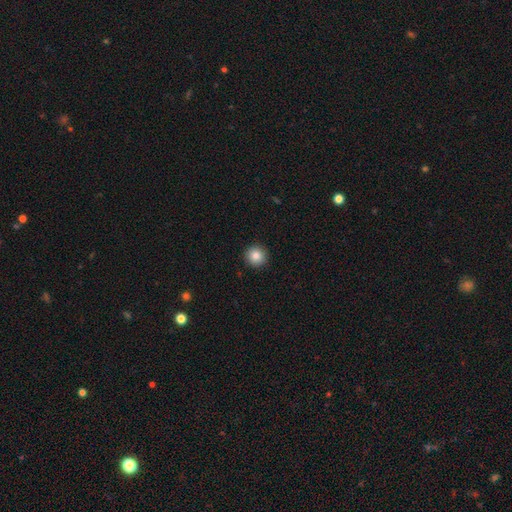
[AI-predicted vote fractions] This is clearly a smooth galaxy (85%). How rounded: clearly round (95%). Merging: clearly none (93%).